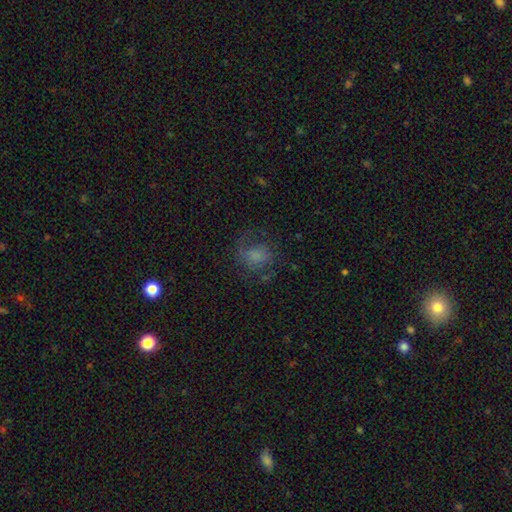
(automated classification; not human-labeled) Smooth or featured: smooth — 49% (featured or disk — 37%)
Merging: none — 55% (major disturbance — 23%)